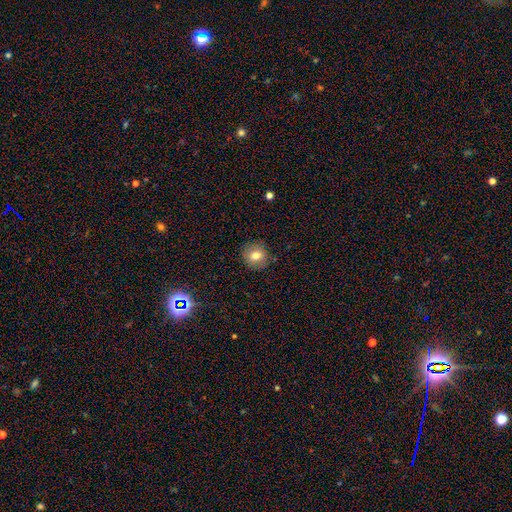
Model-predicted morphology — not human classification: type=smooth (78%); roundness=round (90%); merging=none (88%).